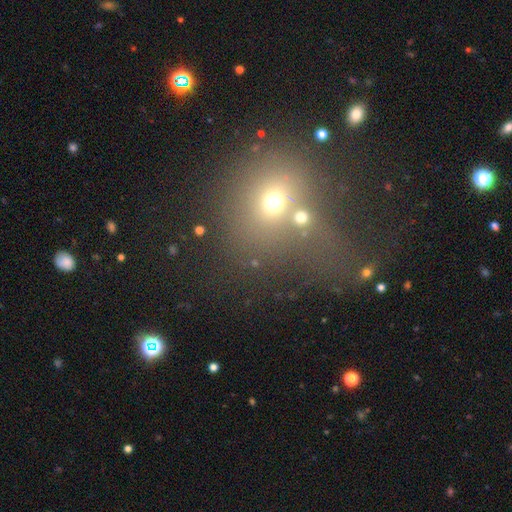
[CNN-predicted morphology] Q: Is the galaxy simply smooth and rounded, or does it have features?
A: smooth — 53%.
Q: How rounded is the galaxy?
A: round — 74%.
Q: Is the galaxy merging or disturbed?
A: none — 37%.